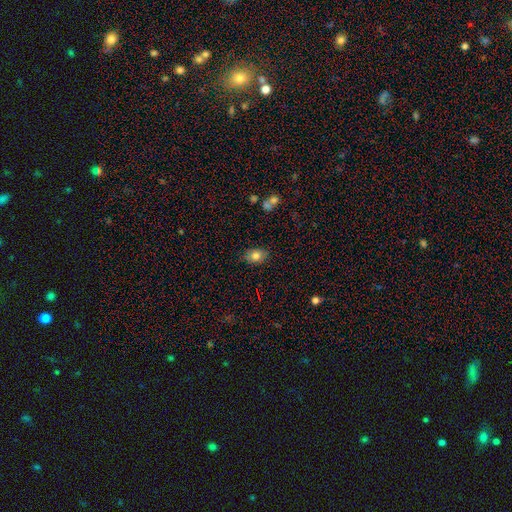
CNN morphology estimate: Overall: smooth (80%). How rounded: in between (71%). Merging: none (82%).